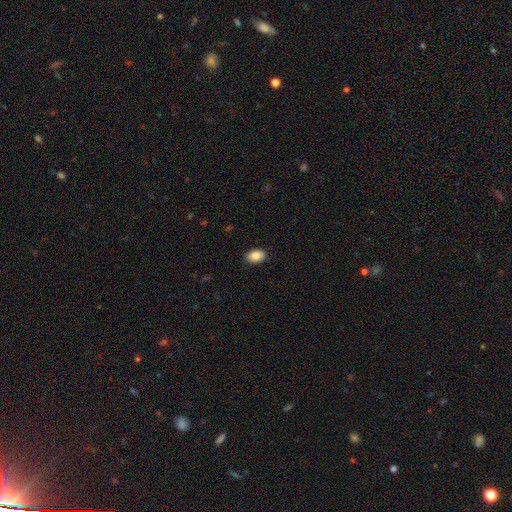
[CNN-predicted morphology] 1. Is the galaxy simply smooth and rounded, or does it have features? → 87% smooth, 7% star or artifact, 6% featured or disk.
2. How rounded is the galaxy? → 87% in between, 12% round, 1% cigar-shaped.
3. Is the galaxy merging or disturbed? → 88% none, 9% minor disturbance, 2% major disturbance, 1% merger.